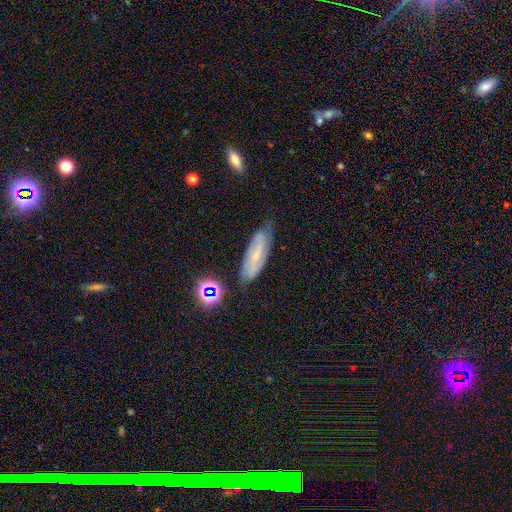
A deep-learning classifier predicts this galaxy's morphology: Smooth or featured? Predicted: featured or disk (p=0.56). Edge-on disk? Predicted: no (p=0.79). Merging? Predicted: none (p=0.67).